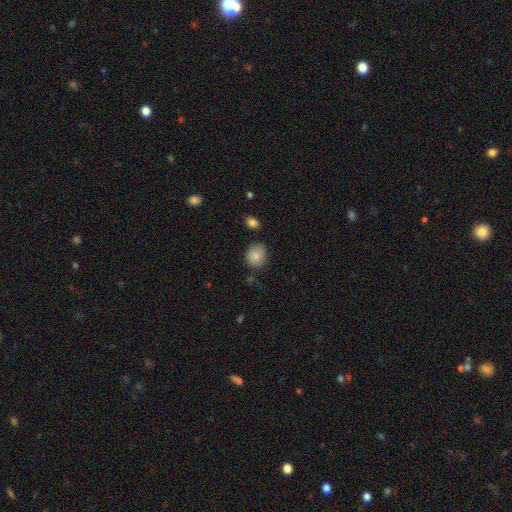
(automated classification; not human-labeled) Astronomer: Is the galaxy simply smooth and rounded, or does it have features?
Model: smooth — 84%.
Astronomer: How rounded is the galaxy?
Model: round — 73%.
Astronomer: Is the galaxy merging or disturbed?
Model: none — 77%.